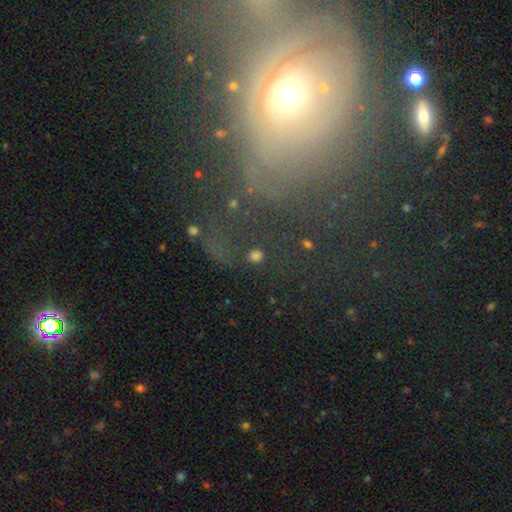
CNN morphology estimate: Smooth or featured: smooth — 71% (star or artifact — 22%)
How rounded: round — 85% (in between — 14%)
Merging: none — 80% (minor disturbance — 9%)